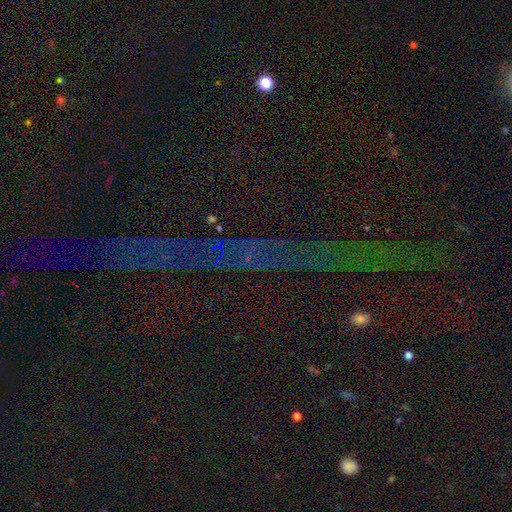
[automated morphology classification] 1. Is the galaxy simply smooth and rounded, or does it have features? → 75% star or artifact, 14% featured or disk, 11% smooth.